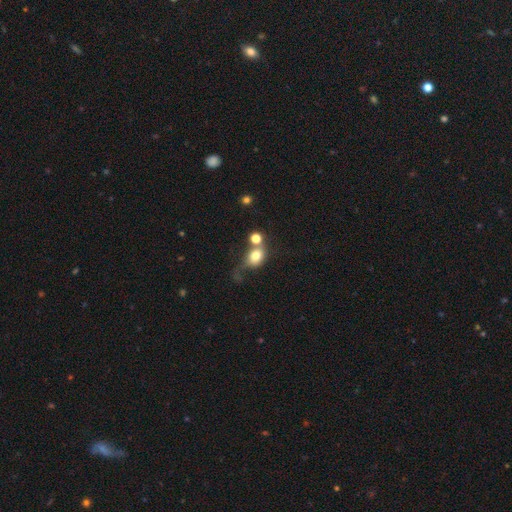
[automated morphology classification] This appears to be a smooth galaxy with no disk features (75%) that is in between round and cigar-shaped (50%). Merging: none (35%).